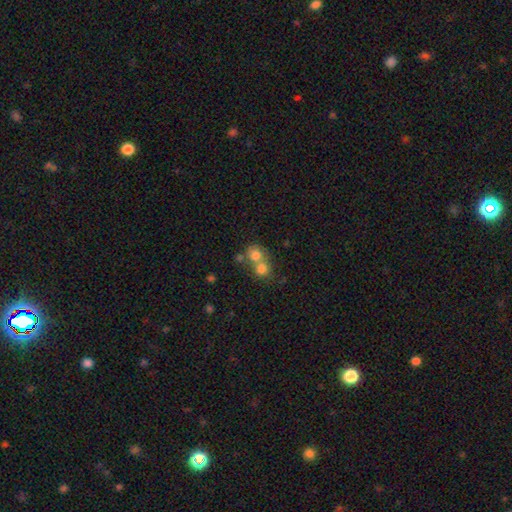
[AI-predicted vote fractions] smooth-or-featured: smooth: 74% | featured or disk: 14% | star or artifact: 12%
  how-rounded: round: 78% | in between: 21% | cigar-shaped: 1%
  merging: merger: 58% | none: 33% | minor disturbance: 6% | major disturbance: 3%